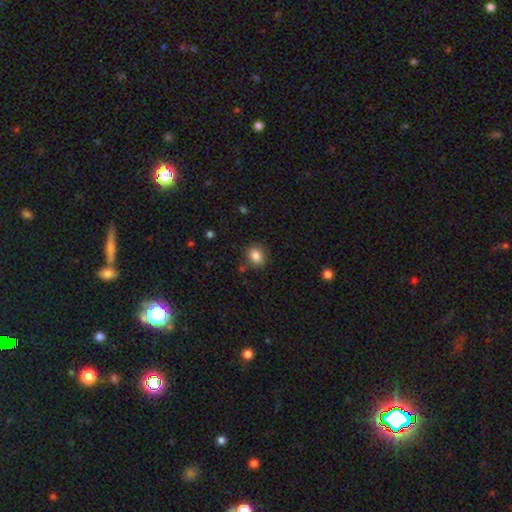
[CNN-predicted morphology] Smooth or featured: smooth — 84% (star or artifact — 10%)
How rounded: round — 60% (in between — 39%)
Merging: none — 83% (minor disturbance — 11%)